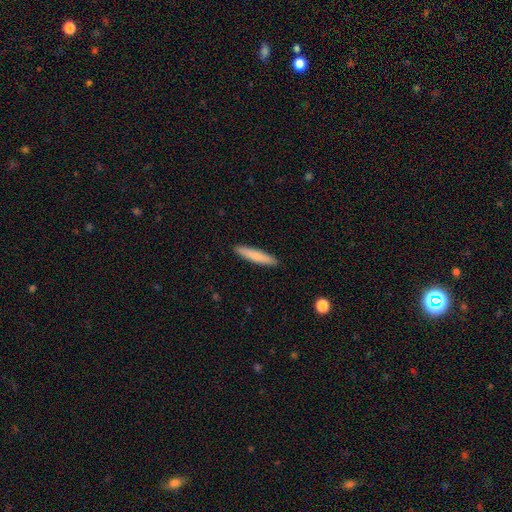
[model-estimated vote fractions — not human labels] Overall: smooth (78%). How rounded: cigar-shaped (91%). Merging: none (92%).